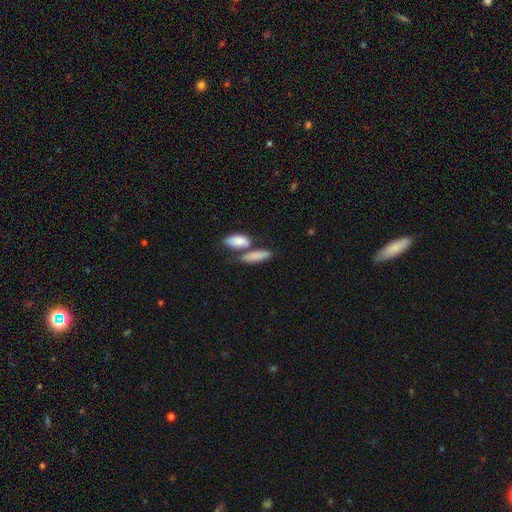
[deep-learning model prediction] A smooth galaxy with no disk features (83%) that is in between round and cigar-shaped (62%).

Vote fractions:
- Smooth or featured? smooth: 83% / featured or disk: 11% / star or artifact: 6%
- How rounded? in between: 62% / cigar-shaped: 34% / round: 4%
- Merging? none: 47% / merger: 37% / minor disturbance: 12% / major disturbance: 5%